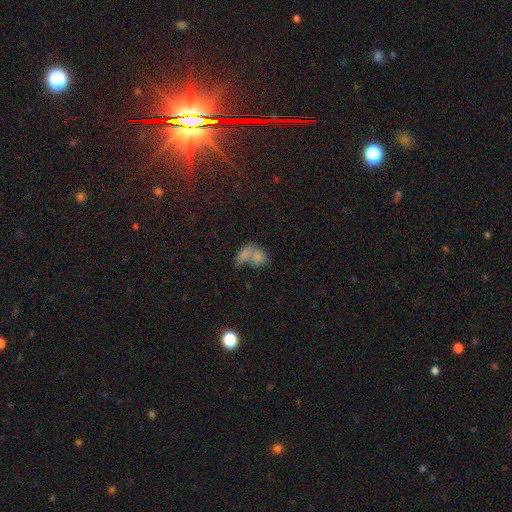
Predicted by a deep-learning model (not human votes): Q: Smooth or featured?
A: smooth (74%); runner-up: featured or disk (16%)
Q: How rounded?
A: in between (70%); runner-up: round (28%)
Q: Merging?
A: merger (67%); runner-up: none (18%)